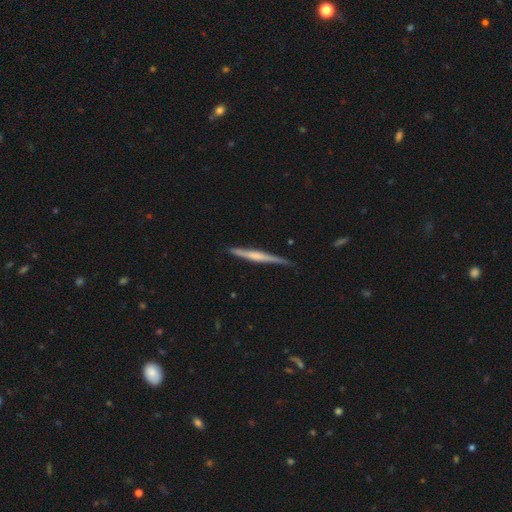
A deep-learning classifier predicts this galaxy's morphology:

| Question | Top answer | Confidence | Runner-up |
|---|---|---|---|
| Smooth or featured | featured or disk | 62% | smooth (33%) |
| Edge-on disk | yes | 98% | no (2%) |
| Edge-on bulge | rounded | 45% | none (35%) |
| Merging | none | 82% | minor disturbance (15%) |